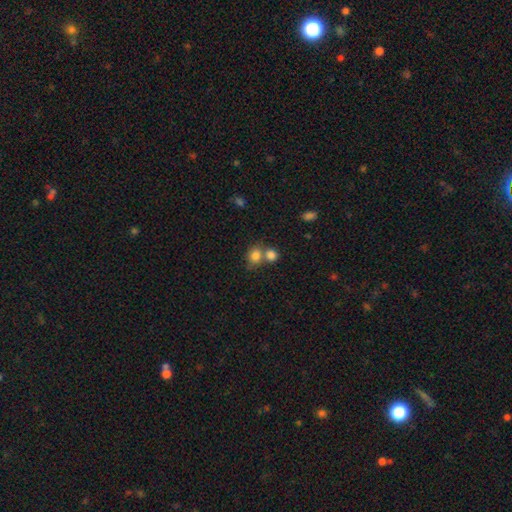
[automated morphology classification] A smooth galaxy with no disk features (81%) that is round (67%).

Vote fractions:
- Smooth or featured? smooth: 81% / star or artifact: 11% / featured or disk: 8%
- How rounded? round: 67% / in between: 32% / cigar-shaped: 1%
- Merging? merger: 44% / none: 43% / minor disturbance: 9% / major disturbance: 4%